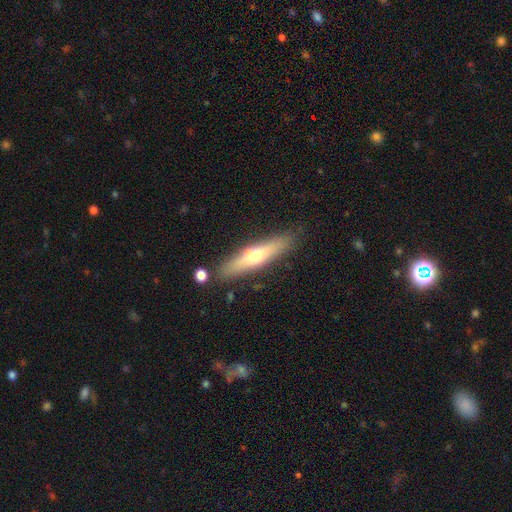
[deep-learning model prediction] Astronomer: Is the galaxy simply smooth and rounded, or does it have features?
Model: featured or disk — 50% (runner-up: smooth, 43%).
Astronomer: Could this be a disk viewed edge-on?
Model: yes — 86%.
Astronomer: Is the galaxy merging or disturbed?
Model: none — 80%.